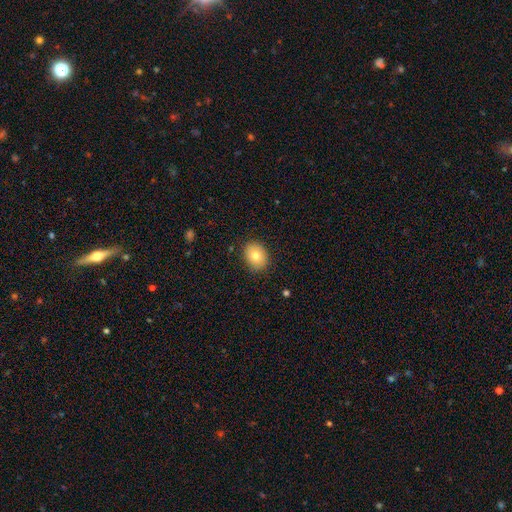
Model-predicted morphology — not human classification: Smooth or featured? Predicted: smooth (p=0.78). How rounded? Predicted: in between (p=0.53). Merging? Predicted: none (p=0.87).